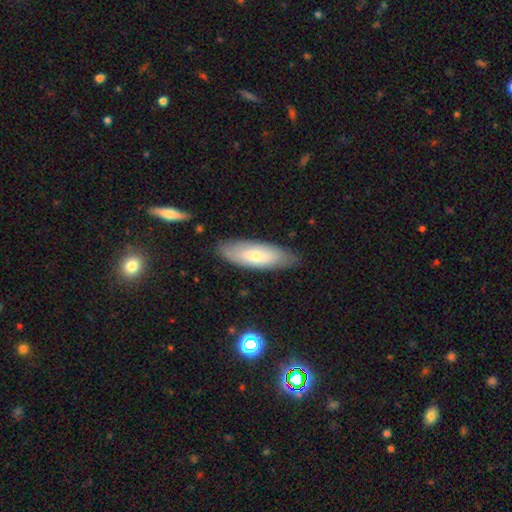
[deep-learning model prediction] Smooth or featured?
  - smooth: 65% *
  - featured or disk: 29%
  - star or artifact: 6%
How rounded?
  - in between: 65% *
  - cigar-shaped: 33%
  - round: 2%
Merging?
  - none: 81% *
  - minor disturbance: 15%
  - major disturbance: 3%
  - merger: 2%